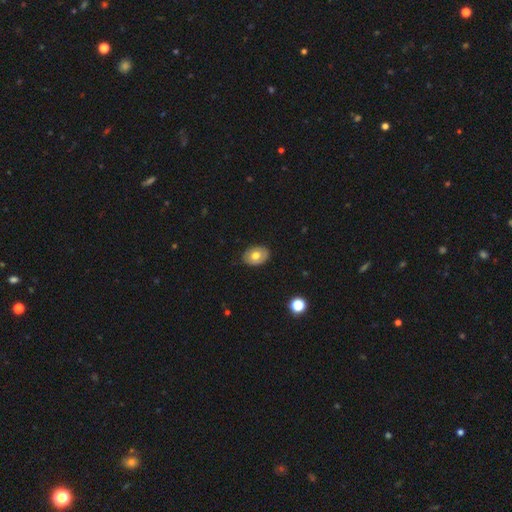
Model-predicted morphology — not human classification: Smooth or featured: smooth — 64% (featured or disk — 28%)
How rounded: in between — 74% (round — 25%)
Merging: none — 85% (minor disturbance — 11%)